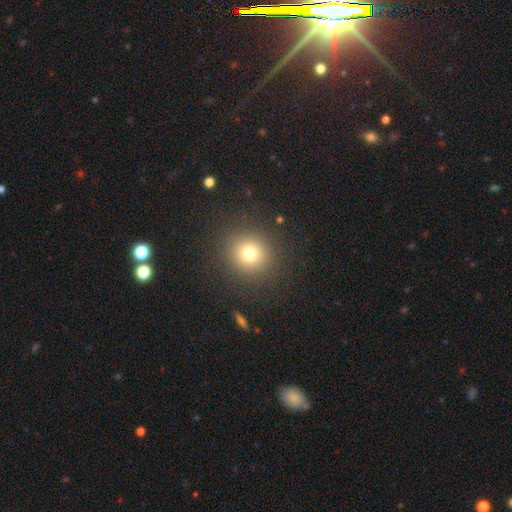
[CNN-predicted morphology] Smooth or featured? Predicted: smooth (p=0.53). How rounded? Predicted: round (p=0.92). Merging? Predicted: none (p=0.91).